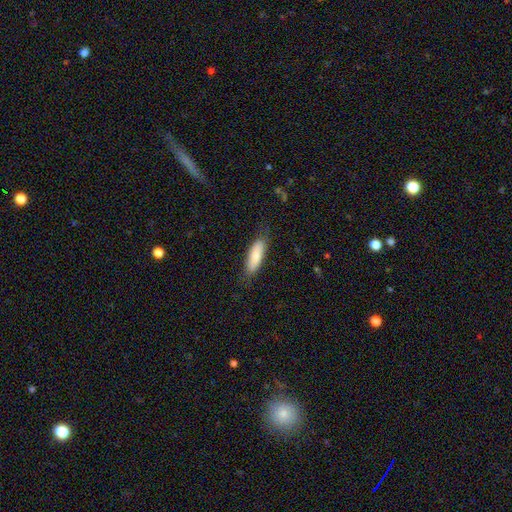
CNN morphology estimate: Smooth or featured? Predicted: smooth (p=0.78). How rounded? Predicted: in between (p=0.54). Merging? Predicted: none (p=0.78).